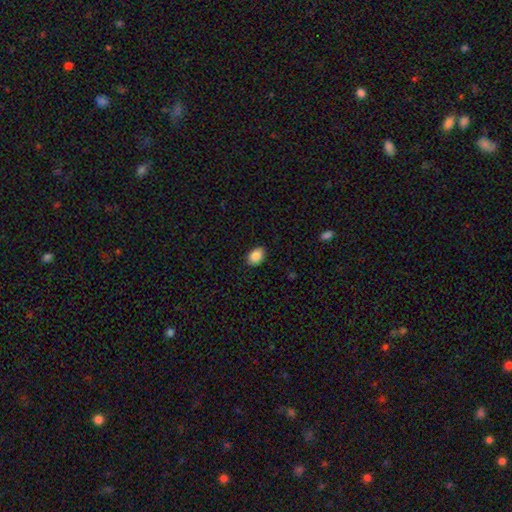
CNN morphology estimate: This is clearly a smooth galaxy (89%). How rounded: likely in between (76%). Merging: clearly none (88%).